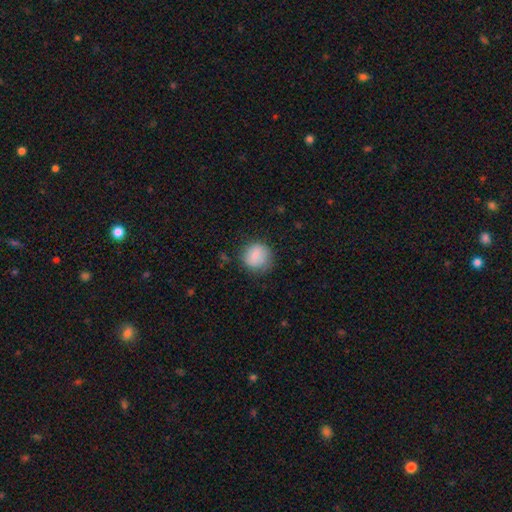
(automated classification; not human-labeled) A smooth galaxy with no disk features (79%) that is round (88%). Merging: none (76%).